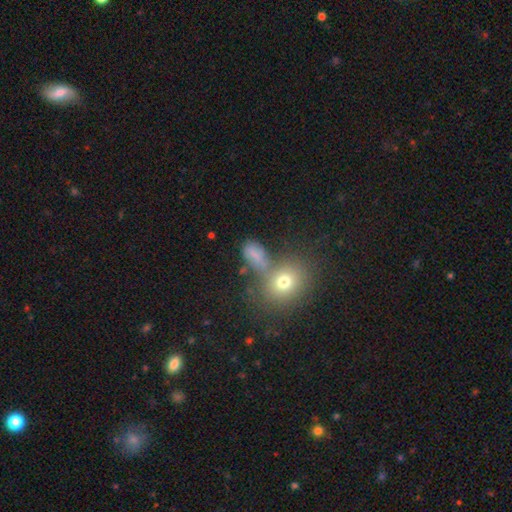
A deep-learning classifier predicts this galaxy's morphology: A smooth galaxy with no disk features (65%) that is in between round and cigar-shaped (72%).

Vote fractions:
- Smooth or featured? smooth: 65% / star or artifact: 19% / featured or disk: 16%
- How rounded? in between: 72% / round: 23% / cigar-shaped: 5%
- Merging? none: 44% / merger: 27% / minor disturbance: 17% / major disturbance: 12%